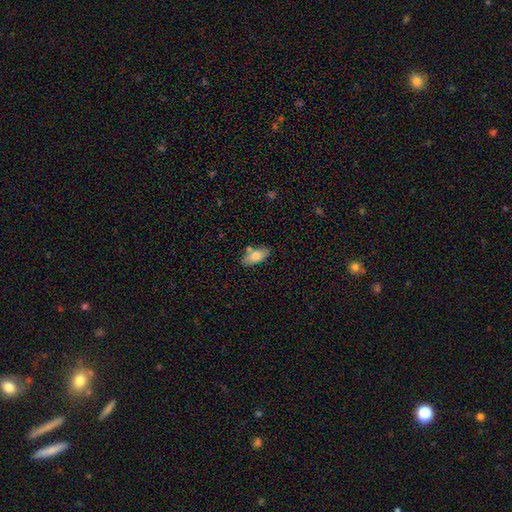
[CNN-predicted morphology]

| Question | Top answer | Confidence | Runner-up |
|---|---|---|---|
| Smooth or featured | smooth | 75% | featured or disk (18%) |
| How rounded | in between | 85% | cigar-shaped (12%) |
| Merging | none | 74% | minor disturbance (14%) |